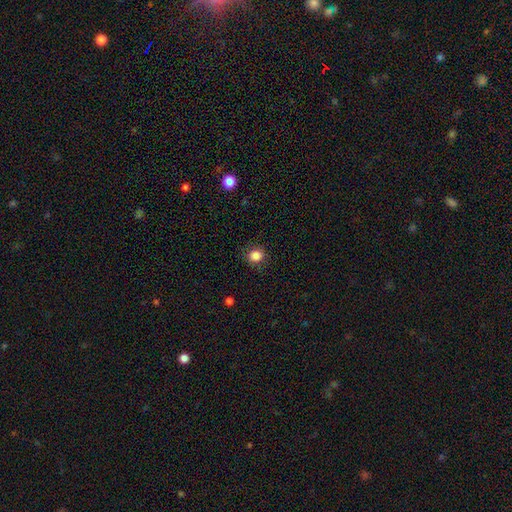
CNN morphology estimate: Q: Smooth or featured?
A: smooth (85%); runner-up: star or artifact (11%)
Q: How rounded?
A: round (84%); runner-up: in between (15%)
Q: Merging?
A: none (88%); runner-up: minor disturbance (9%)